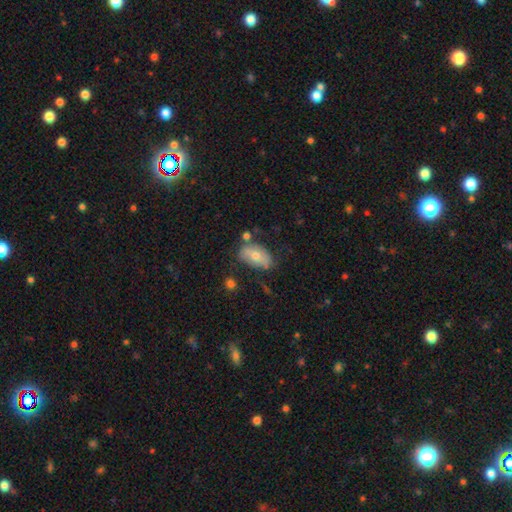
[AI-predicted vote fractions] A smooth galaxy with no disk features (67%) that is in between round and cigar-shaped (91%).

Vote fractions:
- Smooth or featured? smooth: 67% / featured or disk: 26% / star or artifact: 7%
- How rounded? in between: 91% / round: 7% / cigar-shaped: 2%
- Merging? none: 61% / minor disturbance: 23% / merger: 9% / major disturbance: 7%